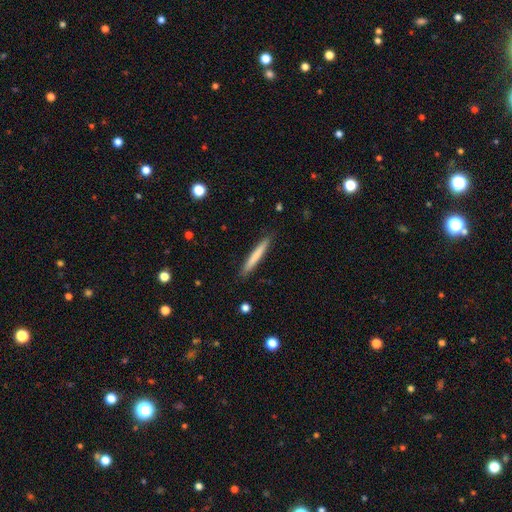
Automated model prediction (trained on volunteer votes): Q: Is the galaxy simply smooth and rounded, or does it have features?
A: smooth — 72%.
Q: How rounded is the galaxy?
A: cigar-shaped — 96%.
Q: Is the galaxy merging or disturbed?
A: none — 90%.